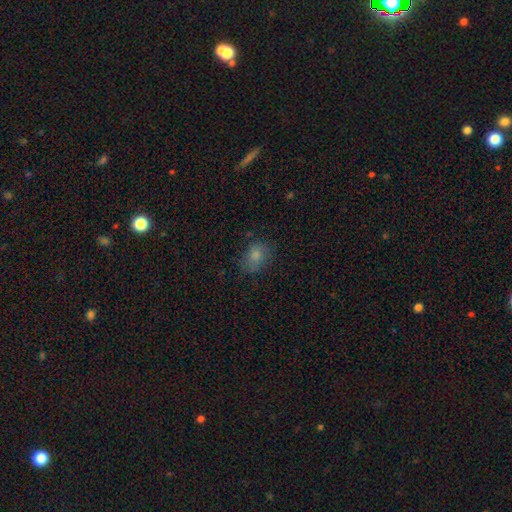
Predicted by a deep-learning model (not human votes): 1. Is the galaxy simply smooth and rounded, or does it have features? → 79% smooth, 11% star or artifact, 10% featured or disk.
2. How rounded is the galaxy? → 63% in between, 36% round, 1% cigar-shaped.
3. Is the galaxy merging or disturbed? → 67% none, 23% minor disturbance, 8% major disturbance, 2% merger.